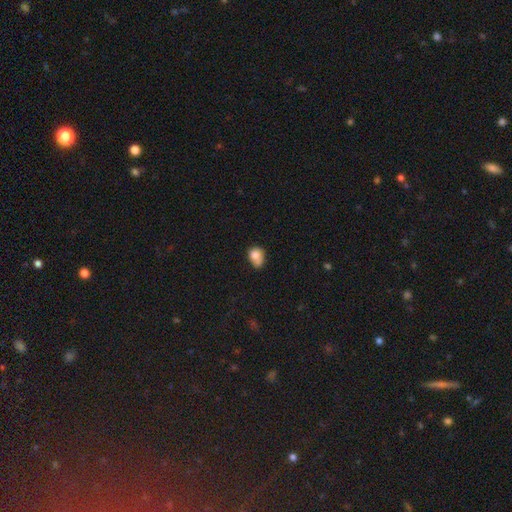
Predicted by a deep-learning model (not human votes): Smooth or featured? smooth (79%)
How rounded? in between (52%)
Merging? none (37%)